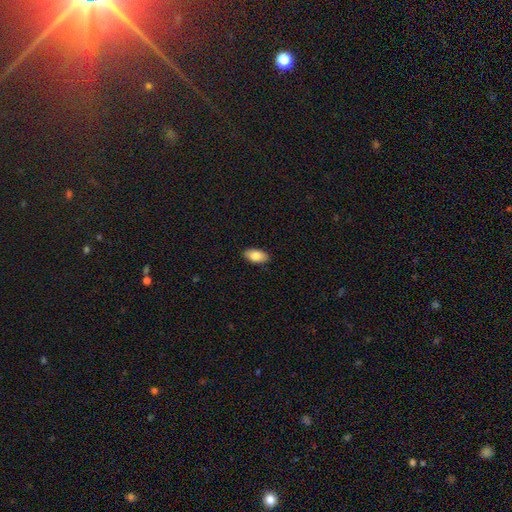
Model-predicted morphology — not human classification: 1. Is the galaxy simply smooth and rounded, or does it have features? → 85% smooth, 8% featured or disk, 7% star or artifact.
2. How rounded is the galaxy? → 94% in between, 3% round, 3% cigar-shaped.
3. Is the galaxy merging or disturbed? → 88% none, 9% minor disturbance, 2% major disturbance, 1% merger.